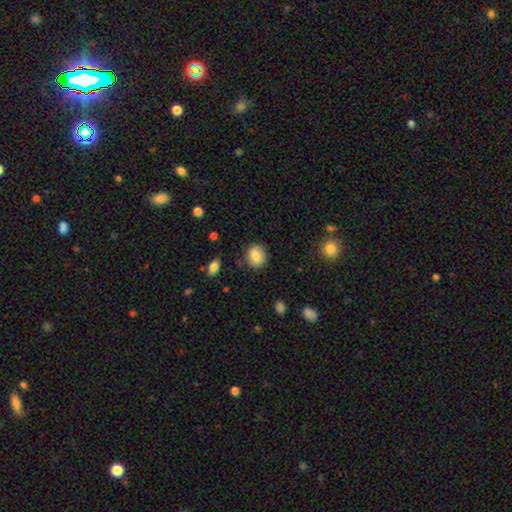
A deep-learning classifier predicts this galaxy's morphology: A smooth galaxy with no disk features (82%) that is round (70%).

Vote fractions:
- Smooth or featured? smooth: 82% / featured or disk: 9% / star or artifact: 8%
- How rounded? round: 70% / in between: 29% / cigar-shaped: 1%
- Merging? none: 84% / minor disturbance: 12% / major disturbance: 3% / merger: 2%